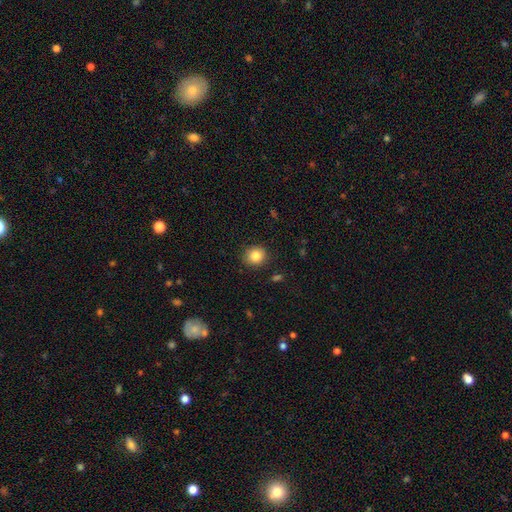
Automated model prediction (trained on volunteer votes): This appears to be a smooth galaxy with no disk features (85%) that is round (81%). Merging: none (88%).